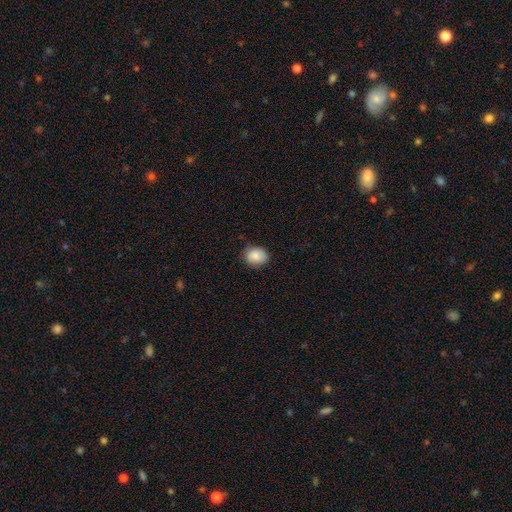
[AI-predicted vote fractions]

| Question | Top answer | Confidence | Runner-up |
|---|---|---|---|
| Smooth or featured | smooth | 86% | star or artifact (8%) |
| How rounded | round | 58% | in between (41%) |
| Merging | none | 80% | minor disturbance (17%) |